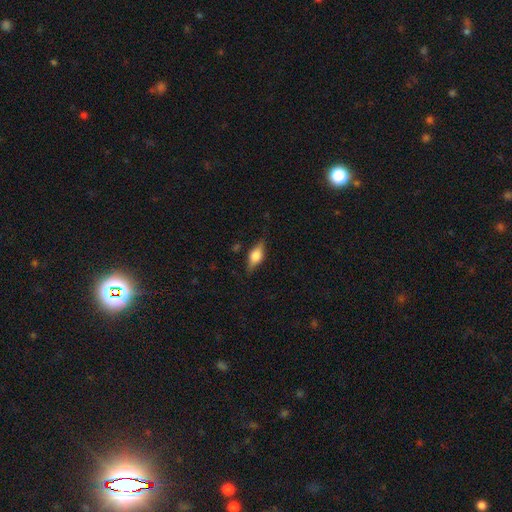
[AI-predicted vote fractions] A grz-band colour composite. It shows a featured or disk galaxy (51%) viewed edge-on (94%). Merging: none (80%).